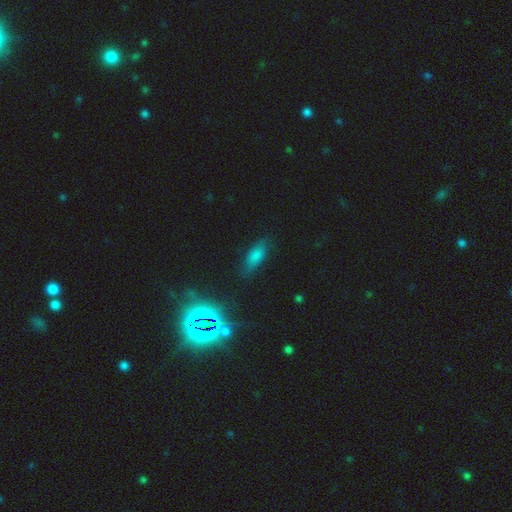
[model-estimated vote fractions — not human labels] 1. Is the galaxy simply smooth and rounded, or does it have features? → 63% smooth, 23% star or artifact, 14% featured or disk.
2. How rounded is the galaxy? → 65% in between, 31% cigar-shaped, 4% round.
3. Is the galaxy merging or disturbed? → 78% none, 16% minor disturbance, 5% major disturbance, 2% merger.